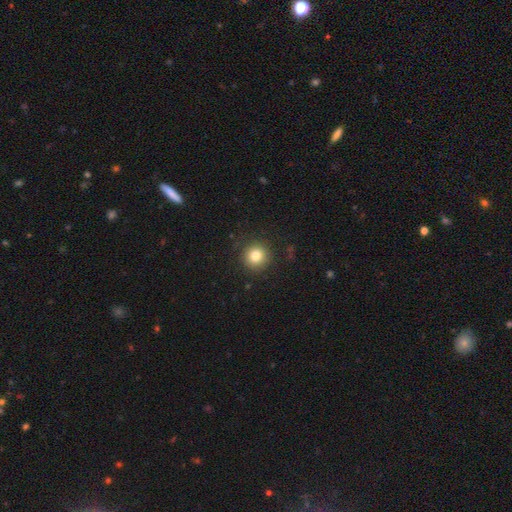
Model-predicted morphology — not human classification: Smooth or featured? smooth (81%)
How rounded? round (94%)
Merging? none (89%)